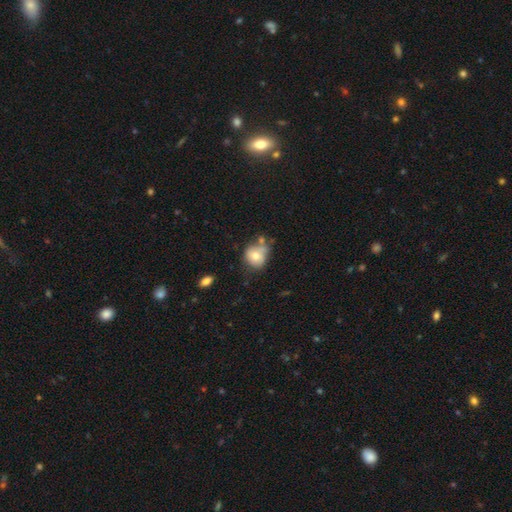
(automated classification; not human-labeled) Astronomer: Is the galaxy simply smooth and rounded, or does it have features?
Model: smooth — 70%.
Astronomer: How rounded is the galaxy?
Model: round — 70%.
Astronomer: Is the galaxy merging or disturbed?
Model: none — 42% (runner-up: minor disturbance, 28%).